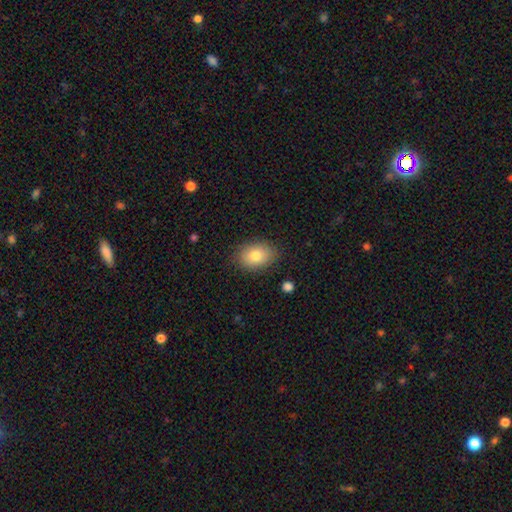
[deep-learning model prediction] smooth-or-featured: smooth: 79% | featured or disk: 12% | star or artifact: 8%
  how-rounded: in between: 77% | round: 22% | cigar-shaped: 1%
  merging: none: 85% | minor disturbance: 11% | major disturbance: 3% | merger: 1%